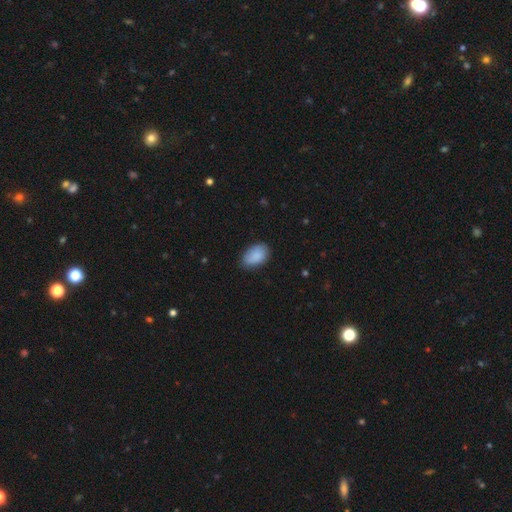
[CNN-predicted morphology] smooth_or_featured: smooth (p=0.88) [alt: star or artifact p=0.07]
how_rounded: in between (p=0.90) [alt: round p=0.08]
merging: none (p=0.76) [alt: minor disturbance p=0.20]